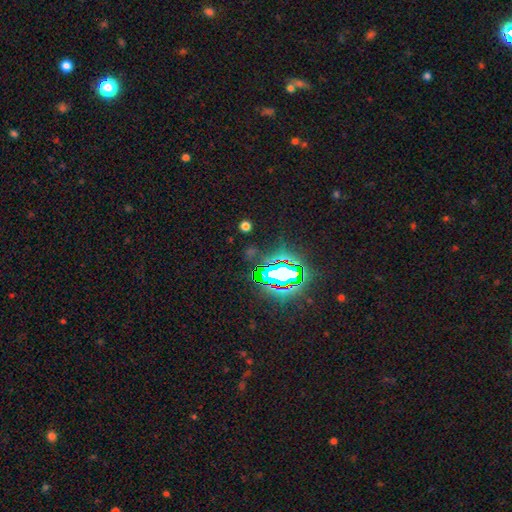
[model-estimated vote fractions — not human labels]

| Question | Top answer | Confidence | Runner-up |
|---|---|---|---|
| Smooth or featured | star or artifact | 76% | smooth (15%) |